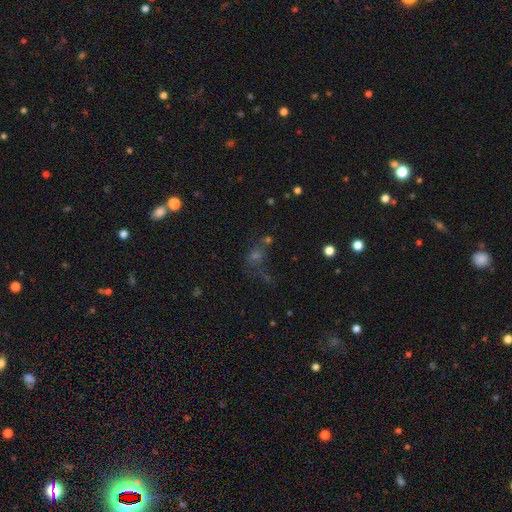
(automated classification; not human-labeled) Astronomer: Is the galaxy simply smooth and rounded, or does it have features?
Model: star or artifact — 41% (runner-up: smooth, 37%).